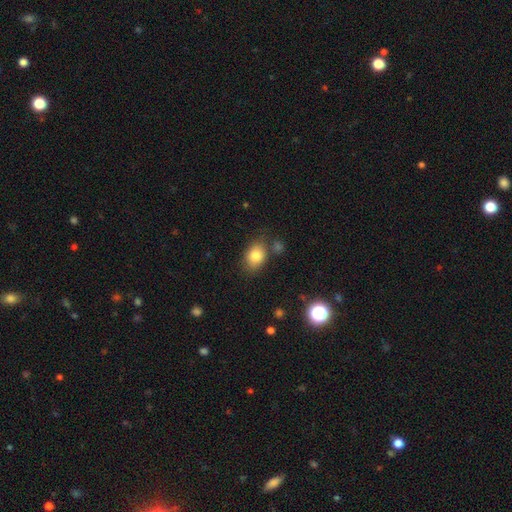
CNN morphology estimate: smooth_or_featured: smooth (p=0.82) [alt: star or artifact p=0.09]
how_rounded: in between (p=0.71) [alt: round p=0.28]
merging: none (p=0.73) [alt: minor disturbance p=0.16]